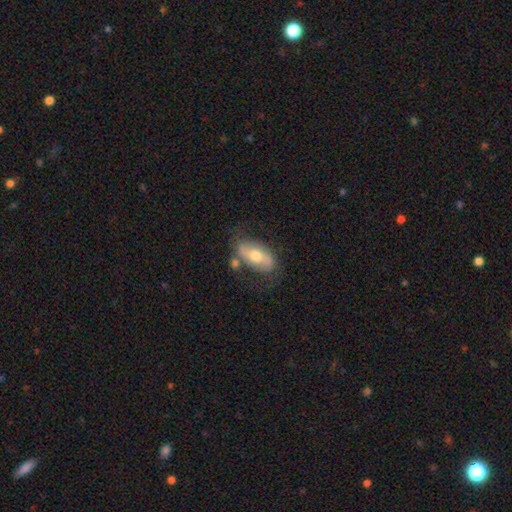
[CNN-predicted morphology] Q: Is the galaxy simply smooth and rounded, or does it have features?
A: featured or disk — 57%.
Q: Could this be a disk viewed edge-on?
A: no — 89%.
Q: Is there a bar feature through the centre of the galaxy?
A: no — 46%.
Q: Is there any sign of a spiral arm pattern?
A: yes — 68%.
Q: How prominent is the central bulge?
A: moderate — 73%.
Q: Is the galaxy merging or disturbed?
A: none — 63%.